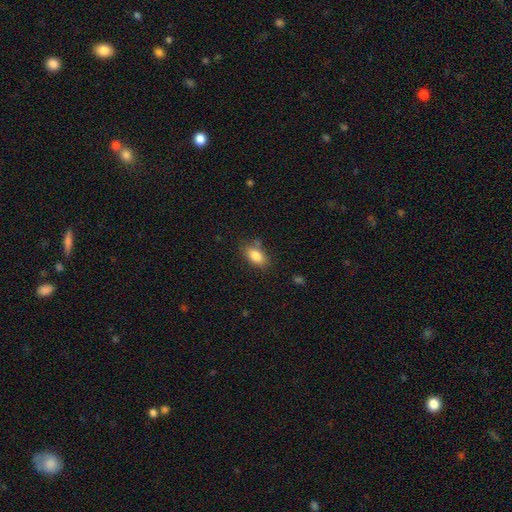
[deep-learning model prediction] Smooth or featured? smooth (83%)
How rounded? in between (88%)
Merging? none (76%)